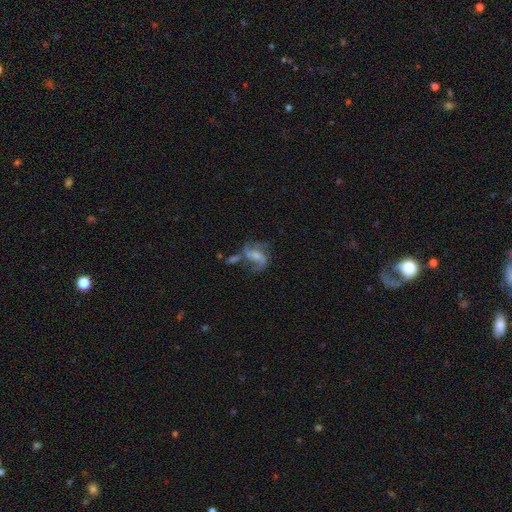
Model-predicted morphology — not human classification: Smooth or featured? featured or disk (72%)
Edge-on disk? no (97%)
Bar? weak (45%)
Spiral arms? yes (86%)
Spiral winding? loose (46%)
Spiral arm count? 2 (75%)
Bulge size? small (38%)
Merging? none (36%)